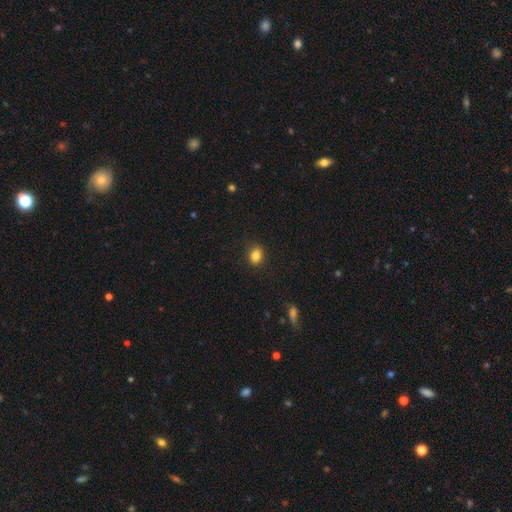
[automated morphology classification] Q: Smooth or featured?
A: smooth (85%); runner-up: star or artifact (10%)
Q: How rounded?
A: in between (60%); runner-up: round (38%)
Q: Merging?
A: none (87%); runner-up: minor disturbance (9%)